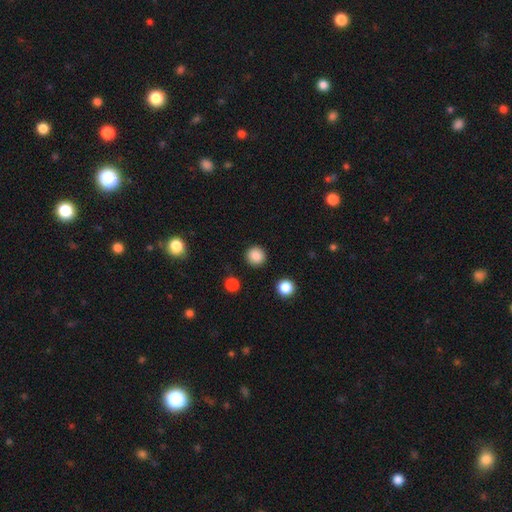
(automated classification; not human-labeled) Morphology: type=smooth (86%); roundness=round (94%); merging=none (91%).